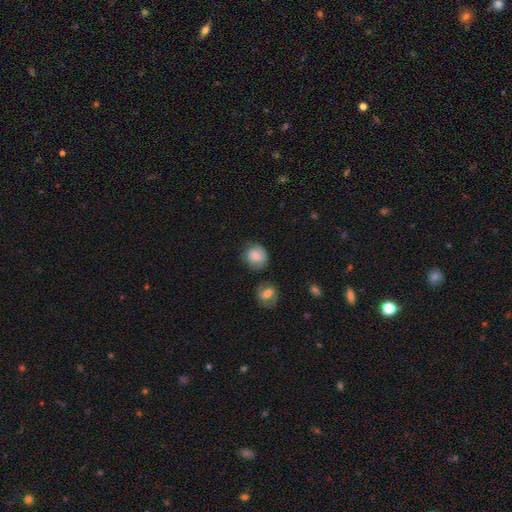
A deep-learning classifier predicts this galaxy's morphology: Smooth or featured?
  - smooth: 76% *
  - featured or disk: 16%
  - star or artifact: 8%
How rounded?
  - round: 74% *
  - in between: 25%
  - cigar-shaped: 1%
Merging?
  - none: 61% *
  - minor disturbance: 25%
  - major disturbance: 8%
  - merger: 7%